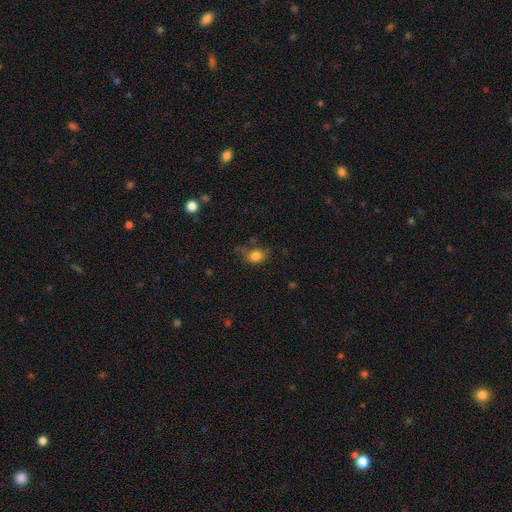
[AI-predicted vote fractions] This is likely a smooth galaxy (79%). How rounded: possibly in between (55%). Merging: possibly none (46%).